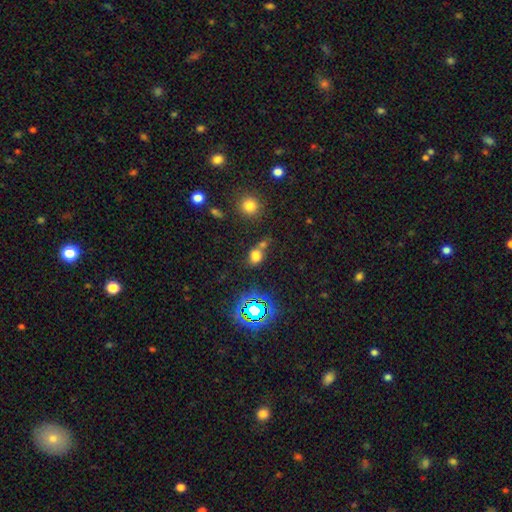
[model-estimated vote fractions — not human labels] Smooth or featured? smooth (65%)
How rounded? round (49%, tied with in between)
Merging? none (49%)